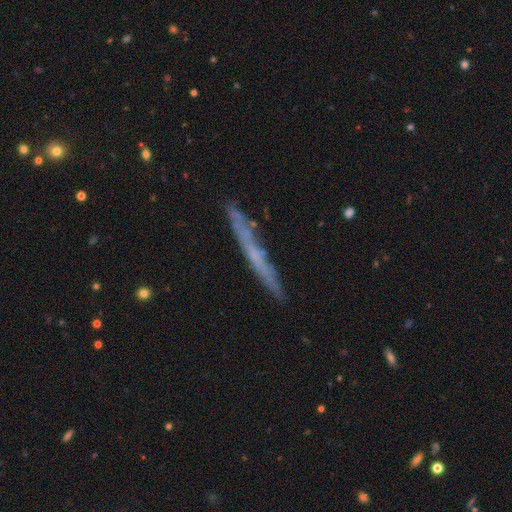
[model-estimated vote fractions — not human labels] smooth_or_featured: featured or disk (p=0.52) [alt: smooth p=0.41]
disk_edge_on: yes (p=0.92) [alt: no p=0.08]
merging: none (p=0.84) [alt: minor disturbance p=0.12]